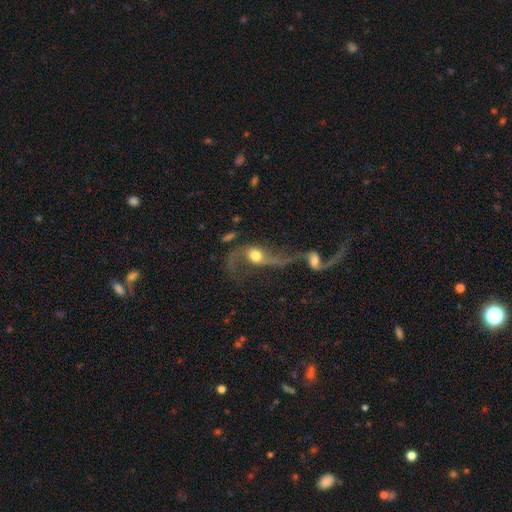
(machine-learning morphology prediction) type=featured or disk (66%); edge-on=no (92%); bar=no (67%); spiral arms=yes (81%); bulge=moderate (48%); merging=merger (49%).